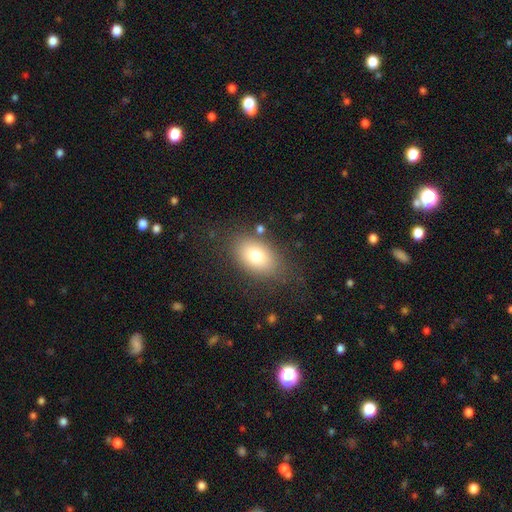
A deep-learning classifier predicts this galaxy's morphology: Q: Smooth or featured?
A: smooth (77%); runner-up: featured or disk (14%)
Q: How rounded?
A: in between (84%); runner-up: round (15%)
Q: Merging?
A: none (75%); runner-up: minor disturbance (15%)